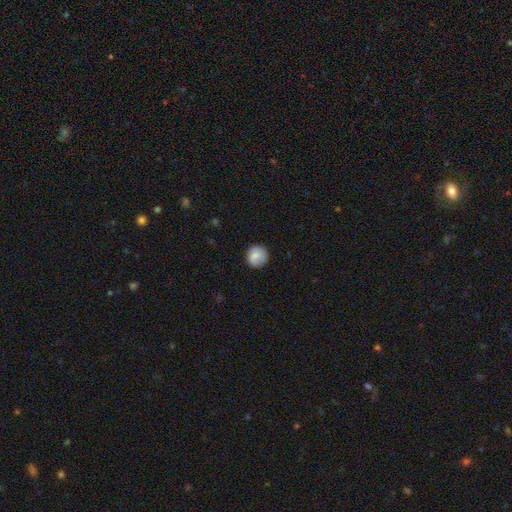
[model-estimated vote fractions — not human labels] smooth_or_featured: smooth (p=0.81) [alt: featured or disk p=0.11]
how_rounded: round (p=0.93) [alt: in between p=0.06]
merging: none (p=0.86) [alt: minor disturbance p=0.10]